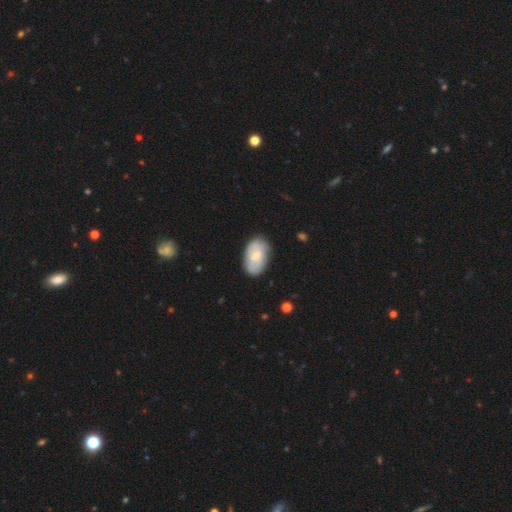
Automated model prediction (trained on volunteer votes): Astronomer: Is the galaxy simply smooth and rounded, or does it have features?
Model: smooth — 62%.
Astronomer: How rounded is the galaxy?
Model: in between — 93%.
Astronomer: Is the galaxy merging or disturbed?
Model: none — 78%.